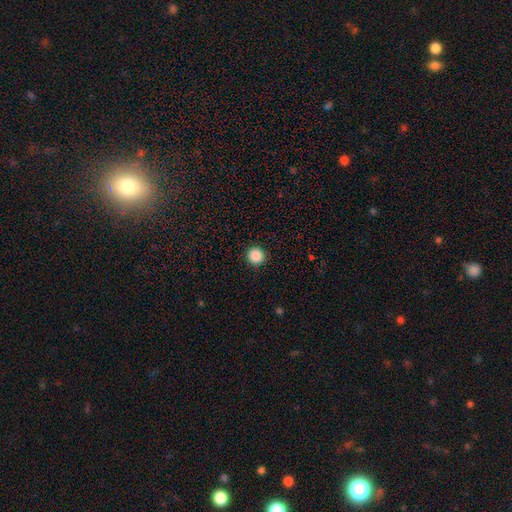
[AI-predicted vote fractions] Smooth or featured?
  - smooth: 88% *
  - star or artifact: 9%
  - featured or disk: 3%
How rounded?
  - round: 95% *
  - in between: 4%
  - cigar-shaped: 1%
Merging?
  - none: 93% *
  - minor disturbance: 5%
  - major disturbance: 2%
  - merger: 1%